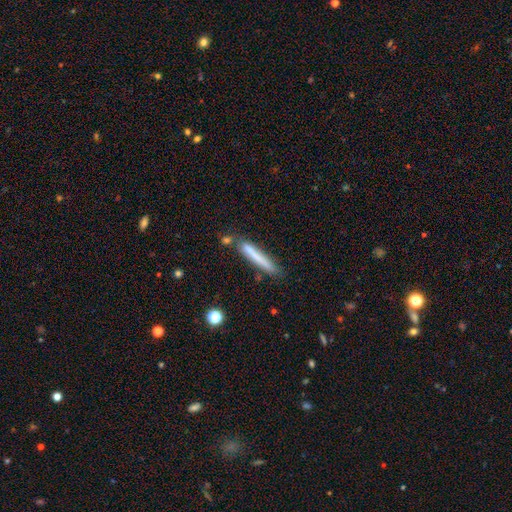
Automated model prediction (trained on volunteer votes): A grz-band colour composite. It shows a smooth galaxy with no disk features (69%) that is cigar-shaped (95%). Merging: none (75%).